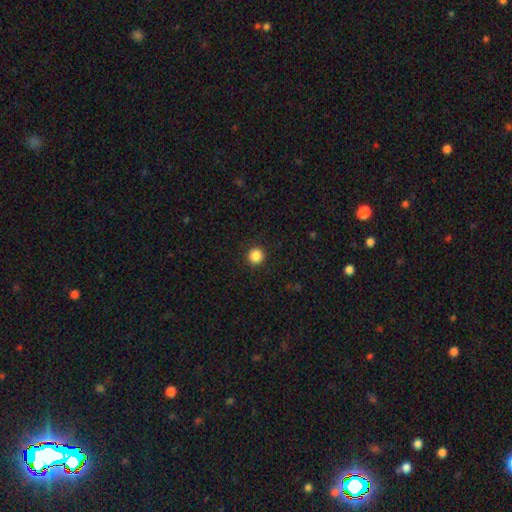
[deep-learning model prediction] Smooth or featured: smooth — 86% (star or artifact — 11%)
How rounded: round — 94% (in between — 5%)
Merging: none — 92% (minor disturbance — 5%)